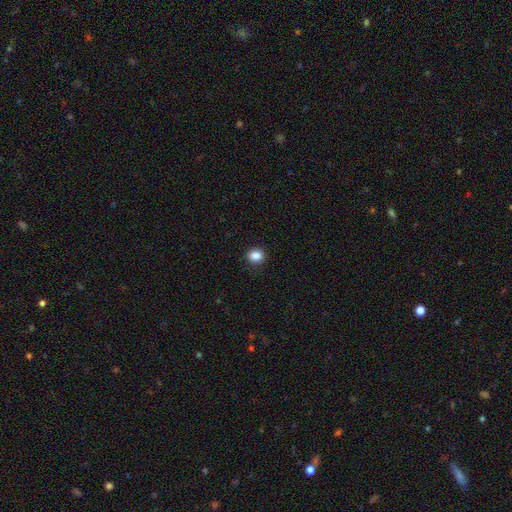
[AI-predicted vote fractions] Smooth or featured?
  - smooth: 87% *
  - star or artifact: 10%
  - featured or disk: 3%
How rounded?
  - round: 73% *
  - in between: 26%
  - cigar-shaped: 1%
Merging?
  - none: 89% *
  - minor disturbance: 8%
  - major disturbance: 2%
  - merger: 1%